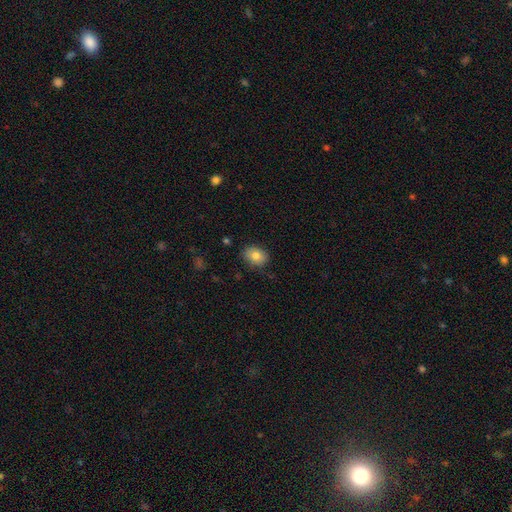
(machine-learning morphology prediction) smooth_or_featured: smooth (p=0.82) [alt: featured or disk p=0.10]
how_rounded: in between (p=0.59) [alt: round p=0.40]
merging: none (p=0.83) [alt: minor disturbance p=0.13]